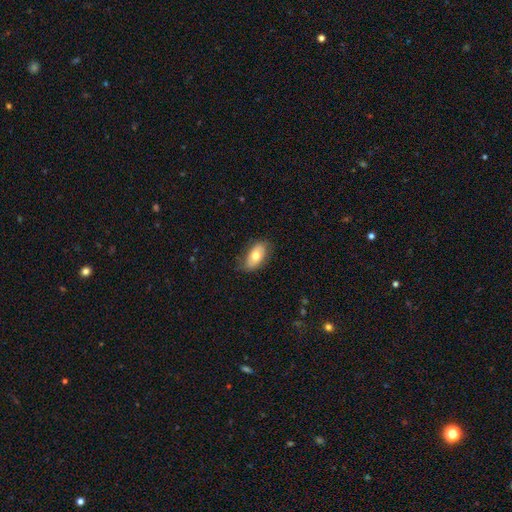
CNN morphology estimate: Overall: smooth (68%). How rounded: in between (92%). Merging: none (75%).